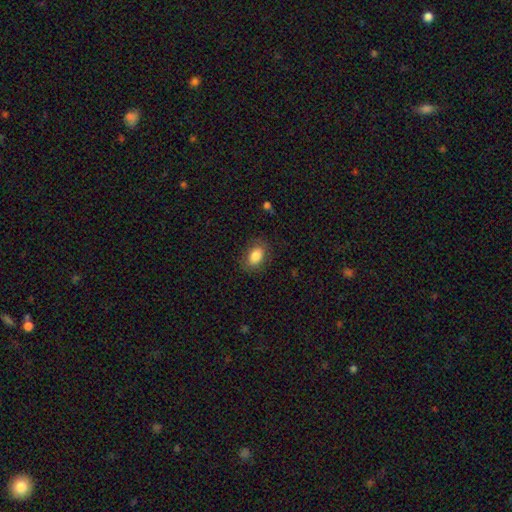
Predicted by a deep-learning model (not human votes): A smooth galaxy with no disk features (83%) that is in between round and cigar-shaped (82%). Merging: none (82%).